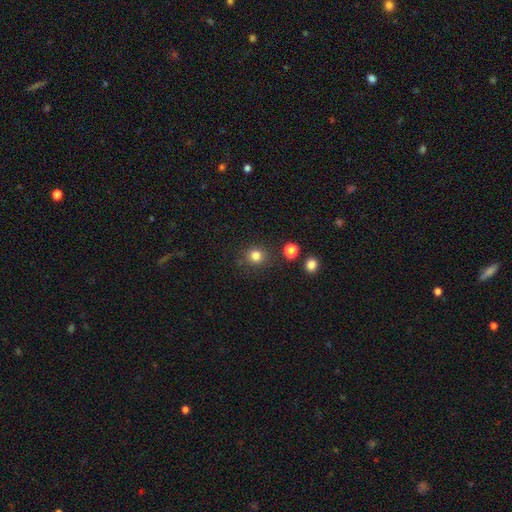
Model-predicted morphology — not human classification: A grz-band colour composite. It shows a smooth galaxy with no disk features (83%) that is round (88%). Merging: none (85%).